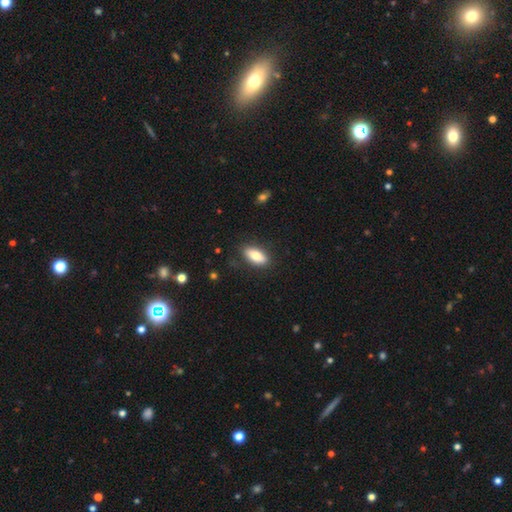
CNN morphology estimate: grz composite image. It shows a smooth galaxy with no disk features (79%) that is in between round and cigar-shaped (82%). Merging: none (85%).